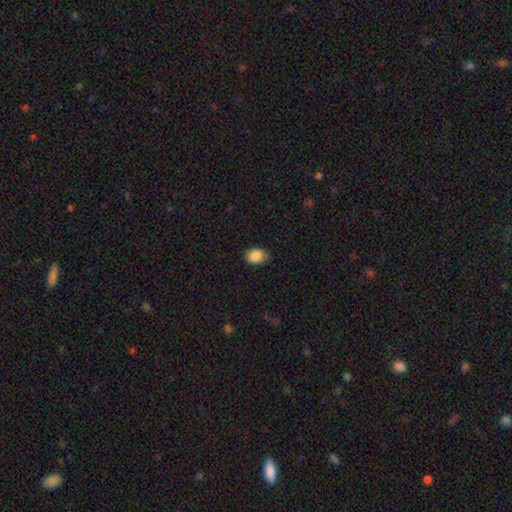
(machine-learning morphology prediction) A smooth galaxy with no disk features (88%) that is in between round and cigar-shaped (67%).

Vote fractions:
- Smooth or featured? smooth: 88% / star or artifact: 8% / featured or disk: 4%
- How rounded? in between: 67% / round: 32% / cigar-shaped: 1%
- Merging? none: 74% / minor disturbance: 21% / major disturbance: 3% / merger: 1%